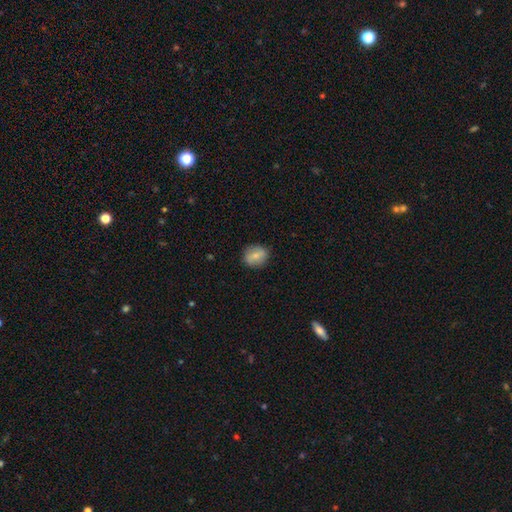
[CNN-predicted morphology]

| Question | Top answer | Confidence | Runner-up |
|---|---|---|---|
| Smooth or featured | smooth | 72% | featured or disk (20%) |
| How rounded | round | 65% | in between (33%) |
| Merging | none | 86% | minor disturbance (10%) |